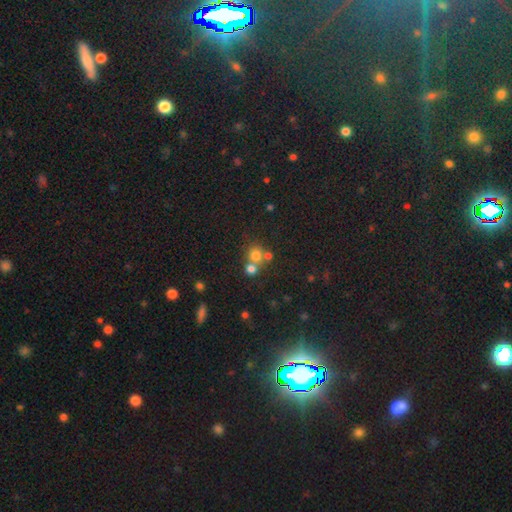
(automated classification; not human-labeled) smooth 73%, star or artifact 17%, featured or disk 10%. Down the decision tree: how rounded — round (87%); merging — none (49%).